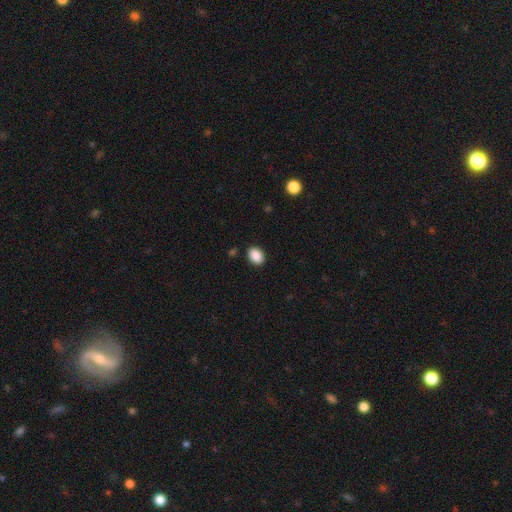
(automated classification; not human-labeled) Overall: smooth (89%). How rounded: in between (72%). Merging: none (89%).